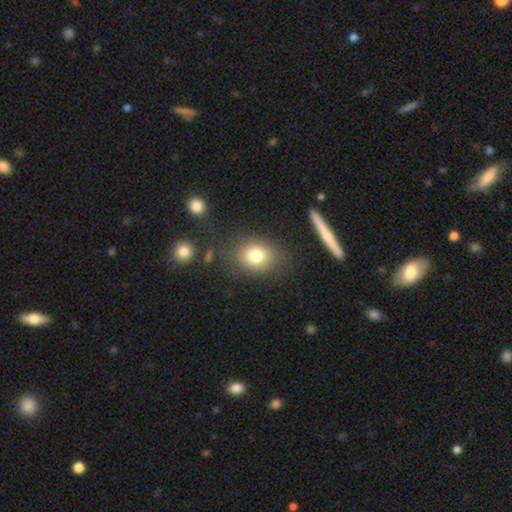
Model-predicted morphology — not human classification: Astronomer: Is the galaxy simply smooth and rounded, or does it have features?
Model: smooth — 79%.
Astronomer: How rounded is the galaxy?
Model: round — 56% (runner-up: in between, 43%).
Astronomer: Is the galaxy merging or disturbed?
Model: none — 80%.